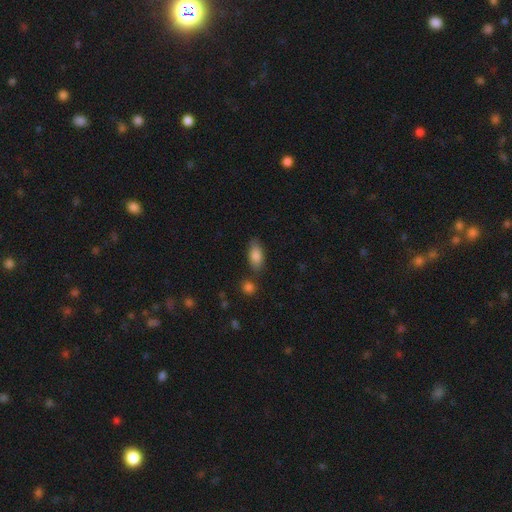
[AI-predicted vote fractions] A smooth galaxy with no disk features (84%) that is in between round and cigar-shaped (88%). Merging: none (73%).